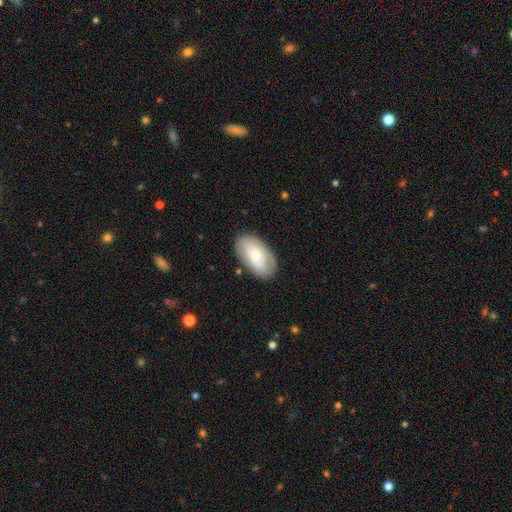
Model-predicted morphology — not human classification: type=smooth (61%); roundness=in between (94%); merging=none (81%).